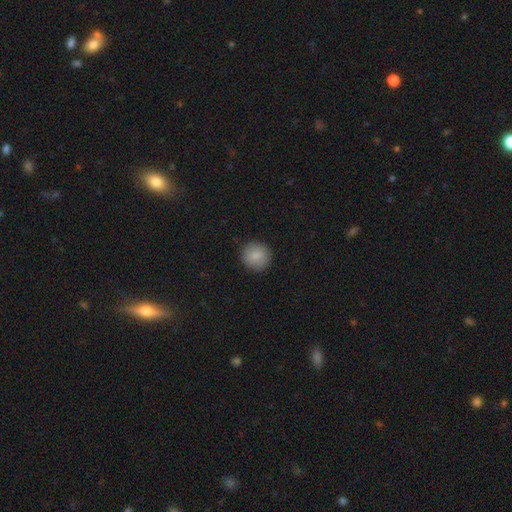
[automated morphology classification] This appears to be a smooth galaxy with no disk features (85%) that is round (93%). Merging: none (91%).